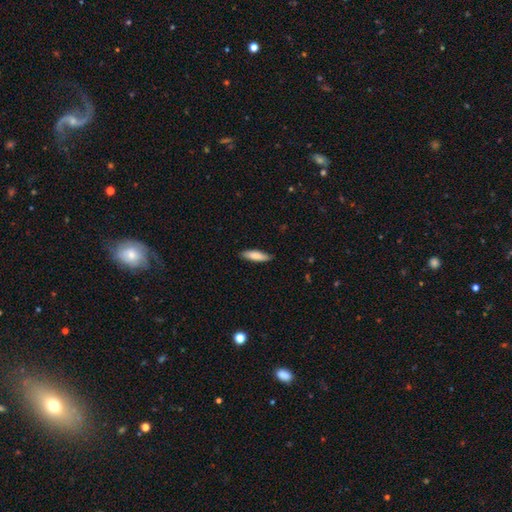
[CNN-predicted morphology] This is clearly a smooth galaxy (83%). How rounded: possibly cigar-shaped (57%). Merging: clearly none (83%).